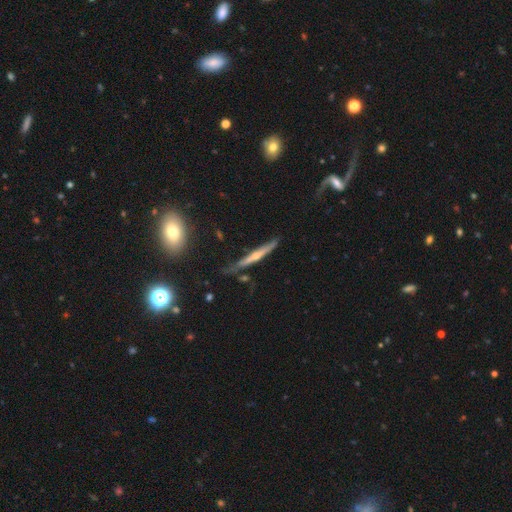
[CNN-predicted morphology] smooth_or_featured: featured or disk (p=0.63) [alt: smooth p=0.29]
disk_edge_on: yes (p=0.95) [alt: no p=0.05]
edge_on_bulge: rounded (p=0.71) [alt: none p=0.24]
merging: none (p=0.72) [alt: minor disturbance p=0.20]